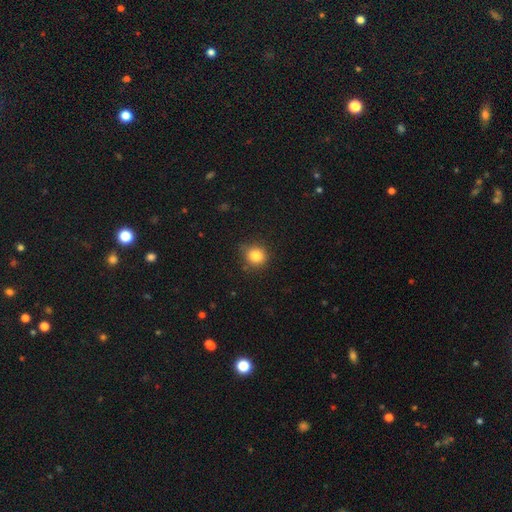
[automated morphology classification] This is clearly a smooth galaxy (84%). How rounded: clearly round (85%). Merging: likely none (80%).